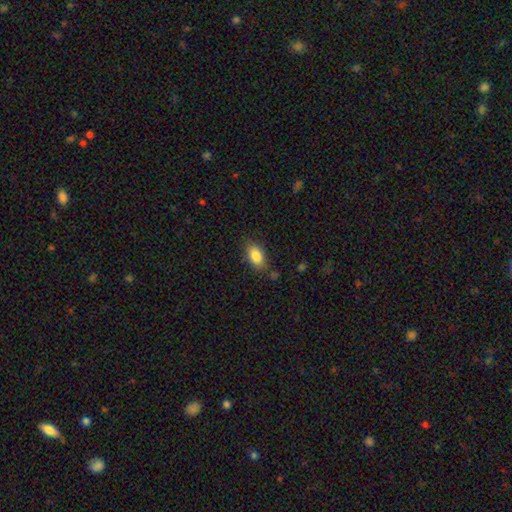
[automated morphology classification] smooth 85%, star or artifact 8%, featured or disk 8%. Down the decision tree: how rounded — in between (89%); merging — none (79%).